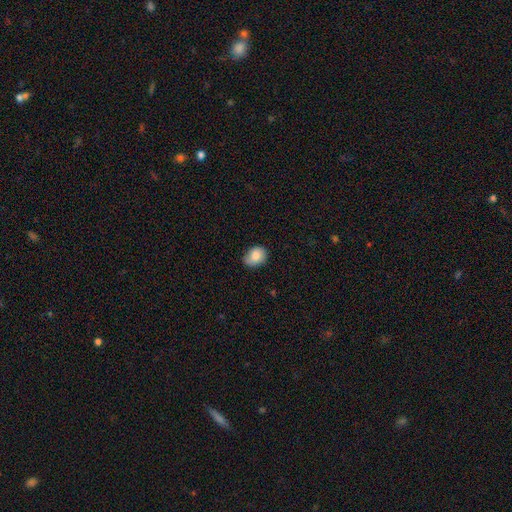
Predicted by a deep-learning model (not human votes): smooth_or_featured: smooth (p=0.81) [alt: featured or disk p=0.11]
how_rounded: in between (p=0.61) [alt: round p=0.38]
merging: none (p=0.72) [alt: minor disturbance p=0.24]